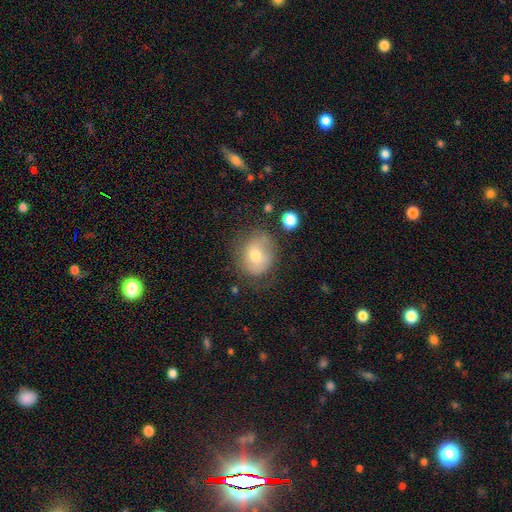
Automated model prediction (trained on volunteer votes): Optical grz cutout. It shows a smooth galaxy with no disk features (65%) that is round (63%). Merging: none (59%).